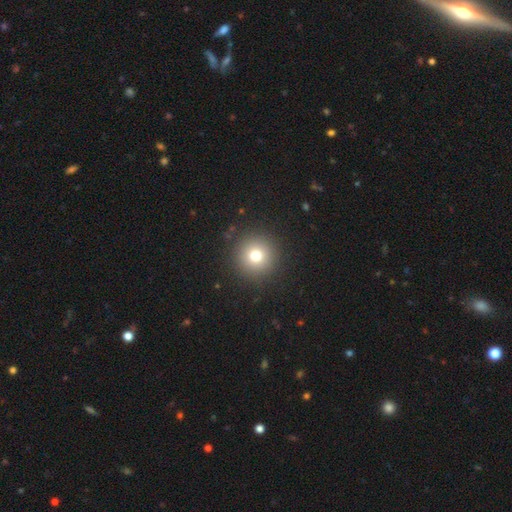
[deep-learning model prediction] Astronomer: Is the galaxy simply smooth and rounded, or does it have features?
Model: smooth — 75%.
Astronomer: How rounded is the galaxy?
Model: round — 96%.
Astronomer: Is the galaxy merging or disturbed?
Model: none — 91%.